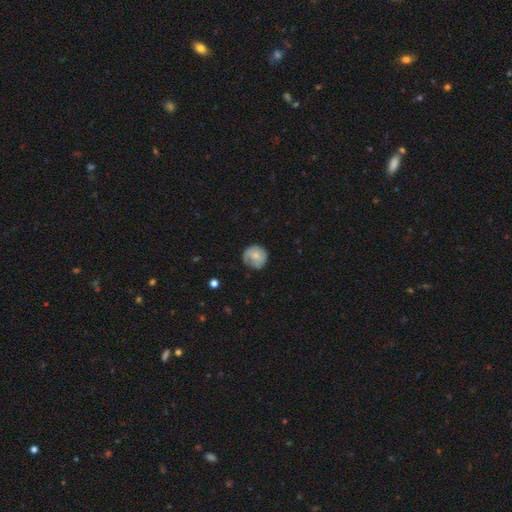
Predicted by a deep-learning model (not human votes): Smooth or featured?
  - smooth: 66% *
  - featured or disk: 26%
  - star or artifact: 8%
How rounded?
  - round: 87% *
  - in between: 12%
  - cigar-shaped: 1%
Merging?
  - none: 58% *
  - minor disturbance: 30%
  - major disturbance: 10%
  - merger: 2%